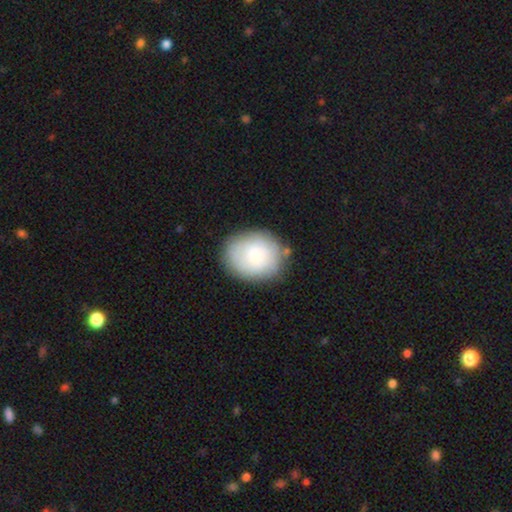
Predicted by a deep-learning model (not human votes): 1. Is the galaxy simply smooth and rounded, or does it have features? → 74% smooth, 19% featured or disk, 7% star or artifact.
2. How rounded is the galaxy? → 60% round, 39% in between, 1% cigar-shaped.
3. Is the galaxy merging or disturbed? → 76% none, 16% minor disturbance, 5% major disturbance, 3% merger.